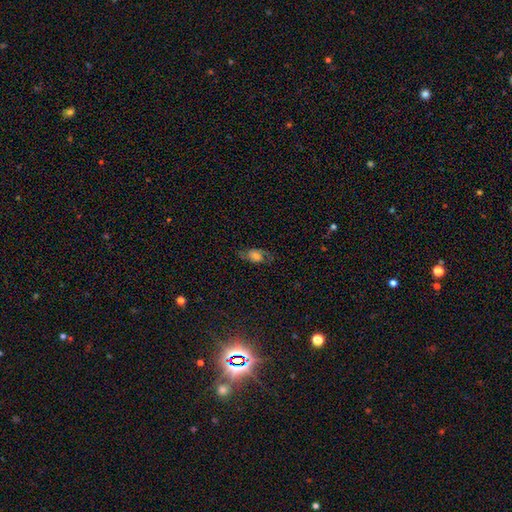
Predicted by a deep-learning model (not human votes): featured or disk 47%, smooth 41%, star or artifact 12%. Down the decision tree: merging — none (67%).